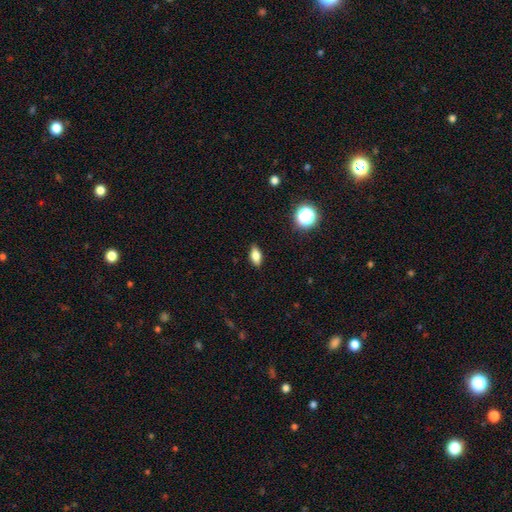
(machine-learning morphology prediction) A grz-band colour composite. It shows a smooth galaxy with no disk features (76%) that is in between round and cigar-shaped (81%). Merging: none (87%).